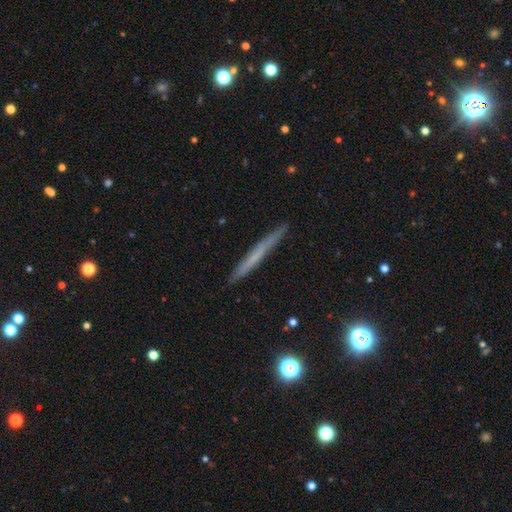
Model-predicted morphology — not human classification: smooth-or-featured: smooth: 49% | featured or disk: 42% | star or artifact: 9%
  merging: none: 90% | minor disturbance: 8% | major disturbance: 1% | merger: 1%